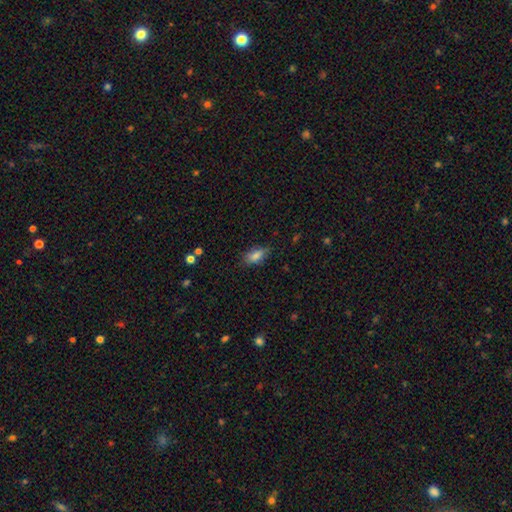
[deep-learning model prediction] Morphology: type=smooth (79%); roundness=in between (86%); merging=none (76%).